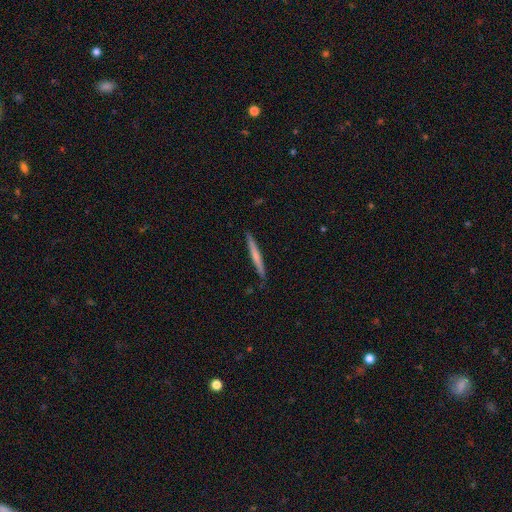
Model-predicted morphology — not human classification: Smooth or featured? smooth (54%)
How rounded? cigar-shaped (97%)
Merging? none (88%)